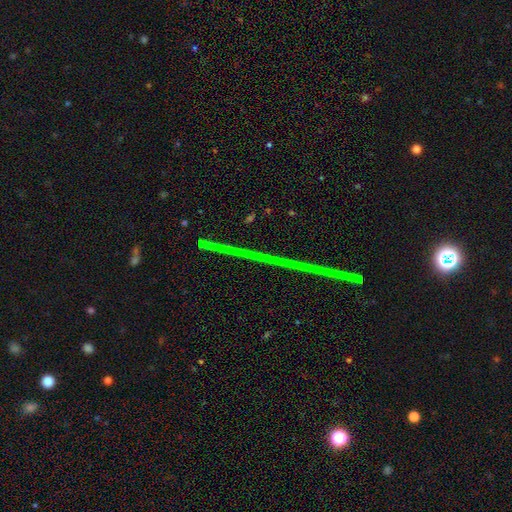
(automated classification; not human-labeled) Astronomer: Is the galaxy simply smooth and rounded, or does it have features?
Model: star or artifact — 85%.